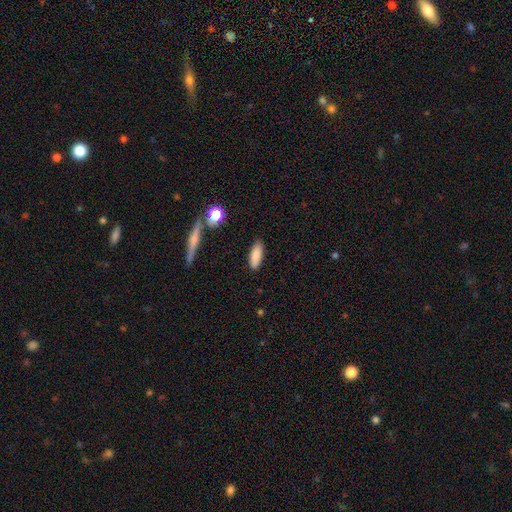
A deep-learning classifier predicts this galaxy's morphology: Smooth or featured?
  - smooth: 86% *
  - featured or disk: 7%
  - star or artifact: 7%
How rounded?
  - in between: 66% *
  - cigar-shaped: 32%
  - round: 2%
Merging?
  - none: 86% *
  - minor disturbance: 10%
  - major disturbance: 2%
  - merger: 2%